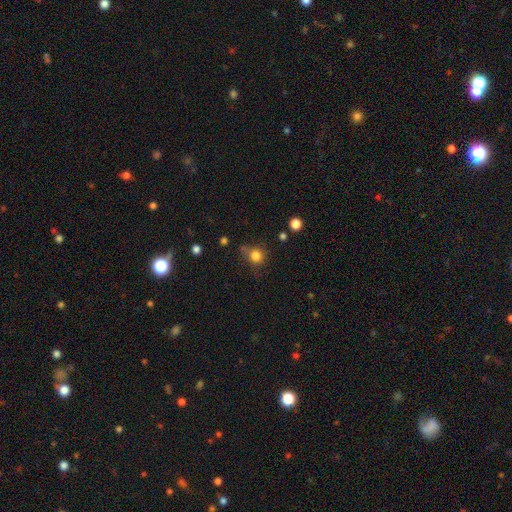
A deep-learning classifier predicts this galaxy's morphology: Smooth or featured? Predicted: smooth (p=0.81). How rounded? Predicted: round (p=0.86). Merging? Predicted: none (p=0.64).